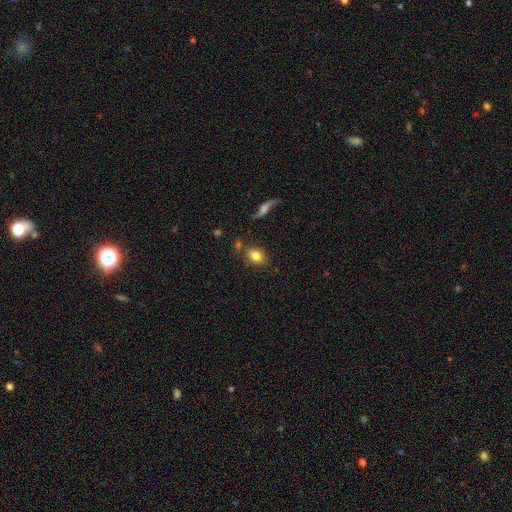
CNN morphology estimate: The model was most divided on "how rounded": in between: 60%, round: 38%, cigar-shaped: 2%. More confident: smooth or featured — smooth (81%); merging — none (74%).